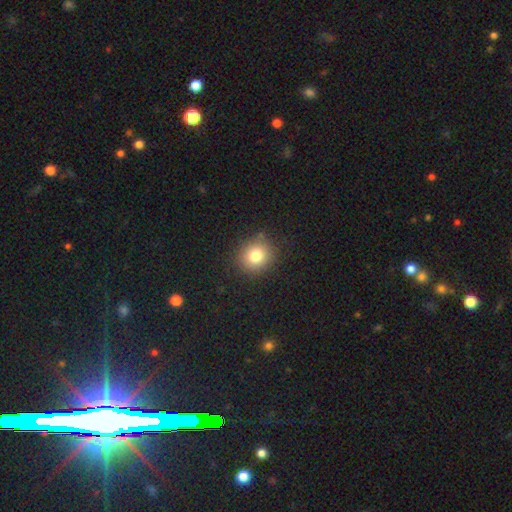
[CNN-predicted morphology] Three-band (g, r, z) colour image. It shows a smooth galaxy with no disk features (80%) that is round (81%). Merging: none (86%).